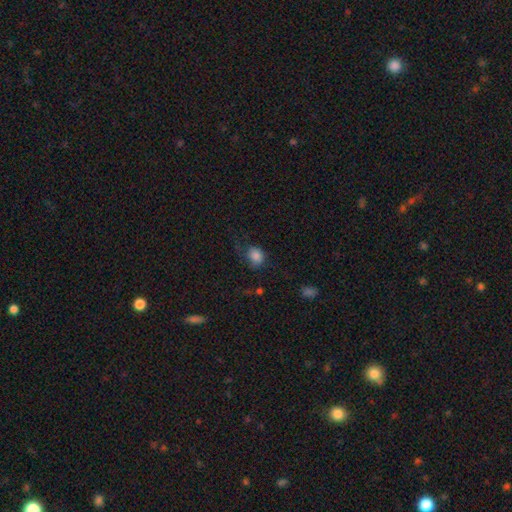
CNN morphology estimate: This is clearly a smooth galaxy (82%). How rounded: likely round (60%). Merging: possibly none (47%).